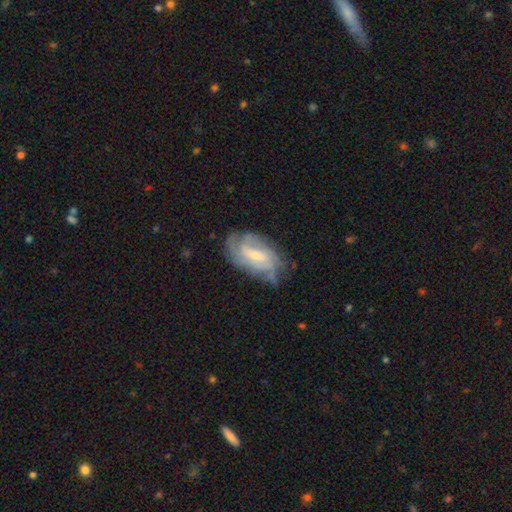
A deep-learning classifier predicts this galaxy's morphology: Smooth or featured? Predicted: featured or disk (p=0.75). Edge-on disk? Predicted: no (p=0.95). Bar? Predicted: weak (p=0.52). Spiral arms? Predicted: yes (p=0.86). Spiral winding? Predicted: tight (p=0.46). Spiral arm count? Predicted: can't tell (p=0.42). Bulge size? Predicted: small (p=0.59). Merging? Predicted: none (p=0.60).